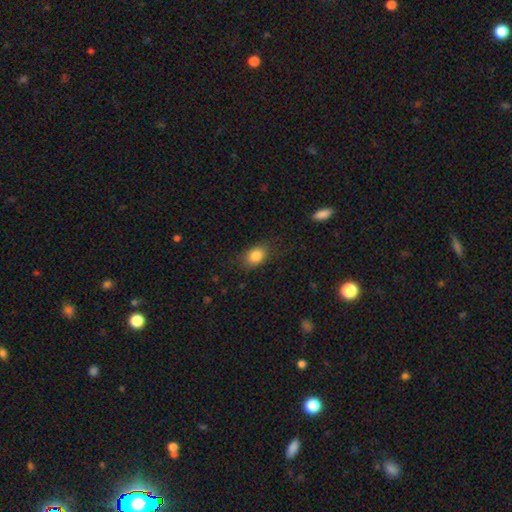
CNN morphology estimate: Smooth or featured? smooth (85%)
How rounded? in between (69%)
Merging? none (77%)